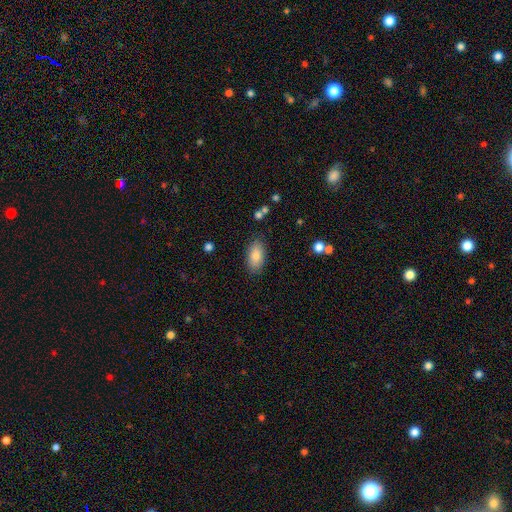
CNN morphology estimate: Smooth or featured?
  - smooth: 84% *
  - featured or disk: 10%
  - star or artifact: 7%
How rounded?
  - in between: 92% *
  - cigar-shaped: 5%
  - round: 3%
Merging?
  - none: 85% *
  - minor disturbance: 11%
  - major disturbance: 3%
  - merger: 2%